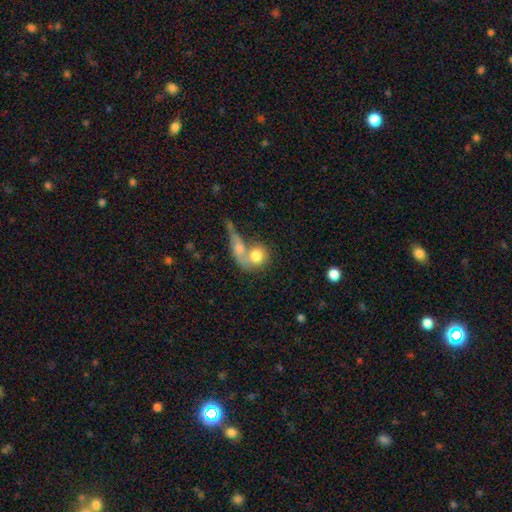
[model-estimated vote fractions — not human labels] Smooth or featured?
  - smooth: 71% *
  - featured or disk: 21%
  - star or artifact: 8%
How rounded?
  - round: 67% *
  - in between: 28%
  - cigar-shaped: 5%
Merging?
  - merger: 59% *
  - none: 23%
  - major disturbance: 10%
  - minor disturbance: 8%